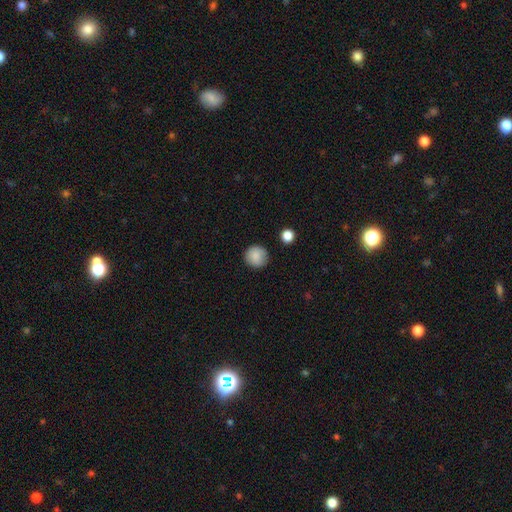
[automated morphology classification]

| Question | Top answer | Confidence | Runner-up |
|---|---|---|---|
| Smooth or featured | smooth | 87% | star or artifact (8%) |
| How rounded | round | 94% | in between (5%) |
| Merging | none | 88% | minor disturbance (9%) |